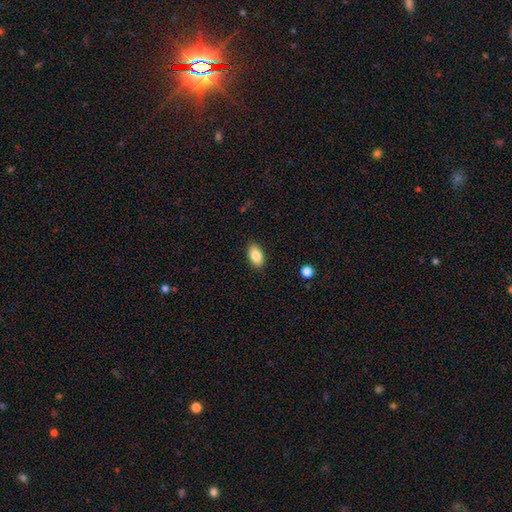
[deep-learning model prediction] The model was most divided on "smooth or featured": smooth: 85%, star or artifact: 8%, featured or disk: 8%. More confident: how rounded — in between (92%); merging — none (88%).